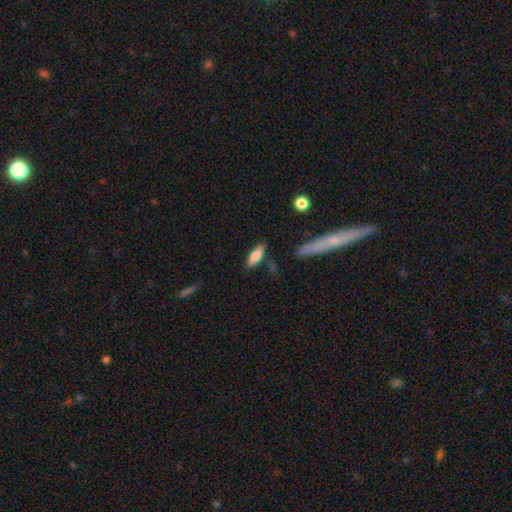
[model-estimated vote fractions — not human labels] smooth 79%, featured or disk 15%, star or artifact 6%. Down the decision tree: how rounded — in between (66%); merging — none (78%).